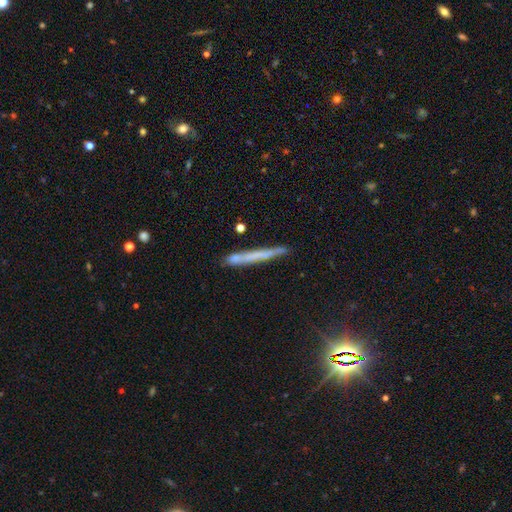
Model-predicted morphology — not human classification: A smooth galaxy with no disk features (53%) that is cigar-shaped (97%).

Vote fractions:
- Smooth or featured? smooth: 53% / featured or disk: 37% / star or artifact: 10%
- How rounded? cigar-shaped: 97% / in between: 2% / round: 1%
- Merging? none: 81% / minor disturbance: 13% / merger: 3% / major disturbance: 2%